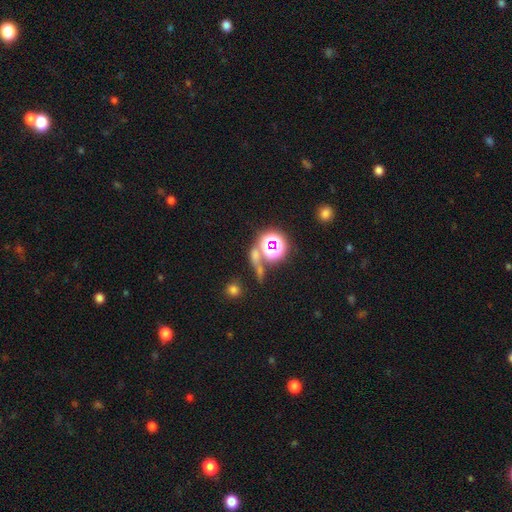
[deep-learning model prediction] A star or artifact, not a galaxy (50%).

Vote fractions:
- Smooth or featured? star or artifact: 50% / smooth: 36% / featured or disk: 14%